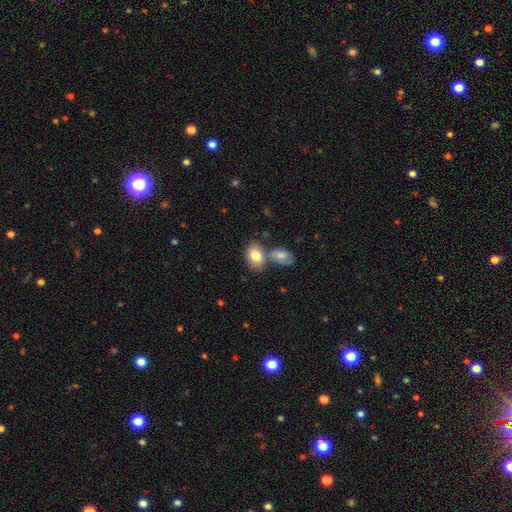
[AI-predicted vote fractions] smooth_or_featured: smooth (p=0.80) [alt: featured or disk p=0.13]
how_rounded: in between (p=0.87) [alt: round p=0.11]
merging: none (p=0.48) [alt: merger p=0.36]